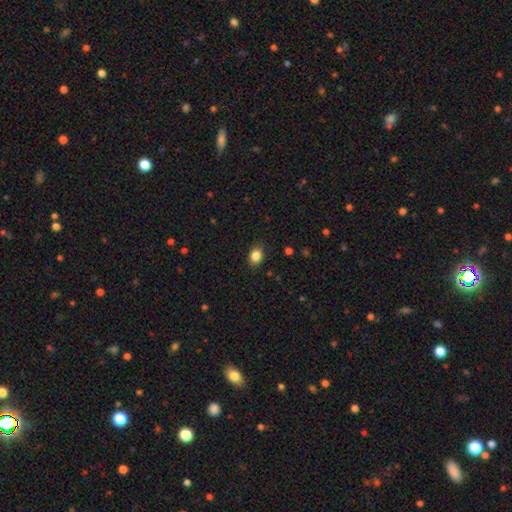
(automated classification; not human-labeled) Smooth or featured? smooth (86%)
How rounded? in between (62%)
Merging? none (86%)